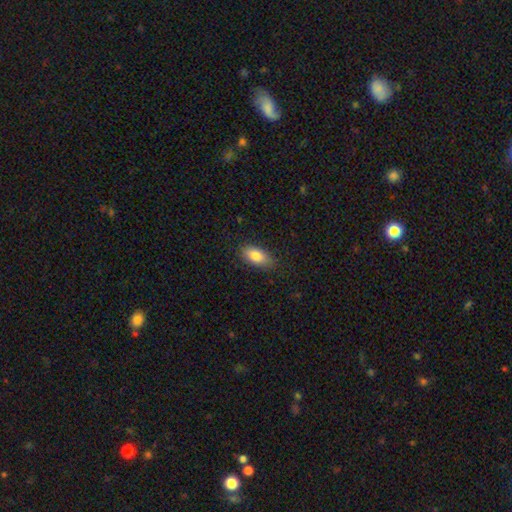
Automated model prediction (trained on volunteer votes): Smooth or featured: smooth — 84% (featured or disk — 10%)
How rounded: in between — 89% (cigar-shaped — 7%)
Merging: none — 83% (minor disturbance — 13%)